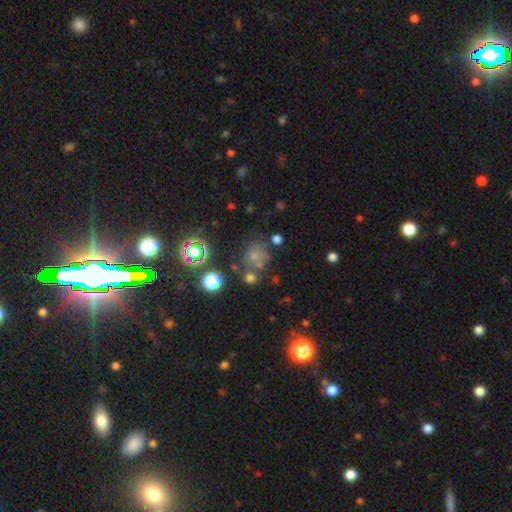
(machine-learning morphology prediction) smooth 60%, star or artifact 27%, featured or disk 13%. Down the decision tree: how rounded — round (76%); merging — none (56%).